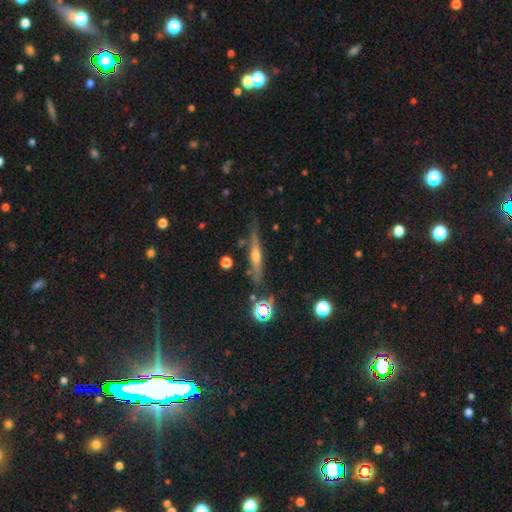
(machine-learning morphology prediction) A featured or disk galaxy (58%) viewed edge-on (93%) with a rounded central bulge (71%). Merging: none (77%).